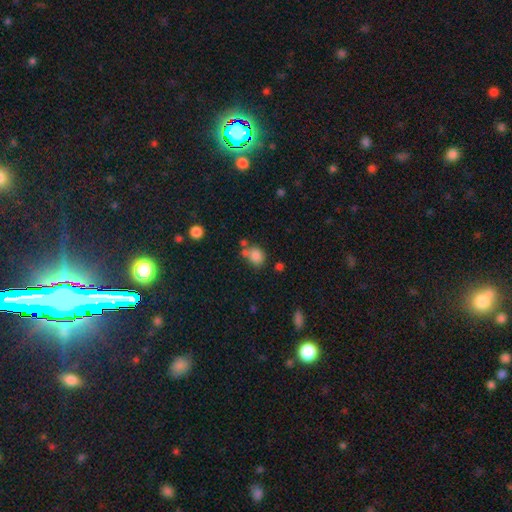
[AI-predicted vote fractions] Smooth or featured: smooth — 82% (star or artifact — 11%)
How rounded: round — 65% (in between — 34%)
Merging: none — 57% (merger — 23%)